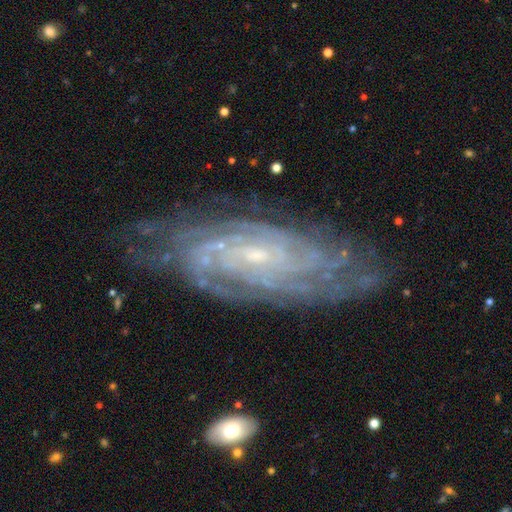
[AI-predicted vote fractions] Morphology: type=featured or disk (89%); edge-on=no (92%); bar=no (56%); spiral arms=yes (98%); winding=tight (77%); arm count=can't tell (32%); bulge=small (81%); merging=none (76%).